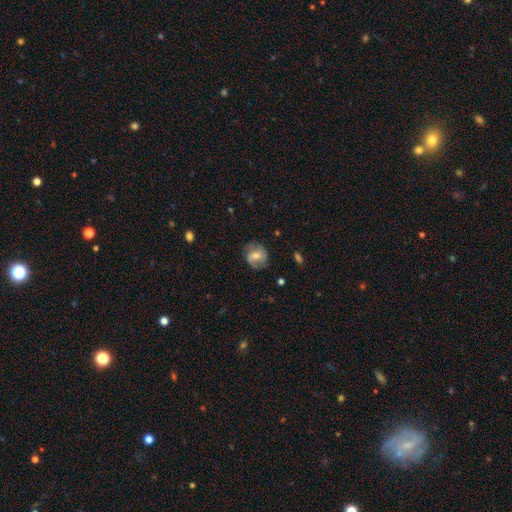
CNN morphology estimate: Smooth or featured? featured or disk (52%)
Edge-on disk? no (96%)
Merging? none (73%)